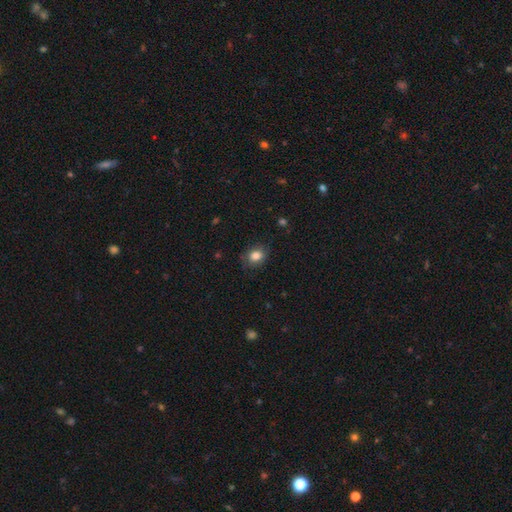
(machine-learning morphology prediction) This appears to be a smooth galaxy with no disk features (83%) that is round (50%). Merging: none (77%).